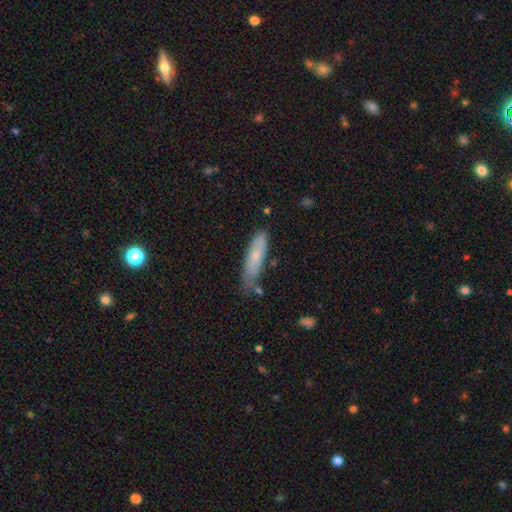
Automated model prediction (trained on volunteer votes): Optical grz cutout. It shows a smooth galaxy with no disk features (63%) that is cigar-shaped (68%). Merging: none (61%).